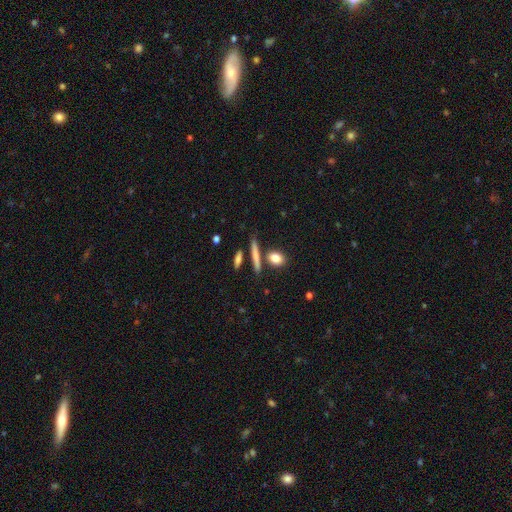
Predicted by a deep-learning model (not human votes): This is likely a smooth galaxy (71%). How rounded: likely cigar-shaped (71%). Merging: likely none (77%).